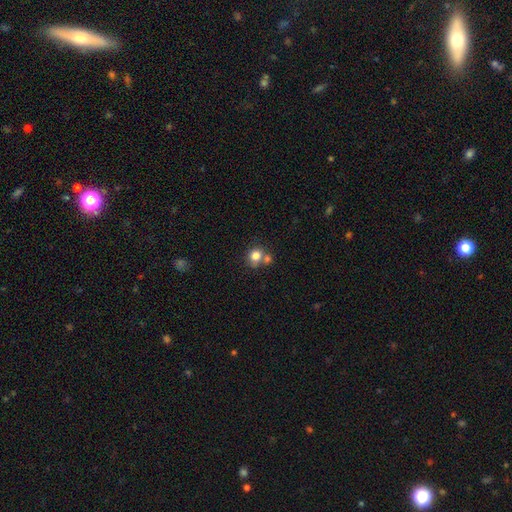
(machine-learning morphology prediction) This is likely a smooth galaxy (80%). How rounded: likely round (80%). Merging: possibly none (50%).